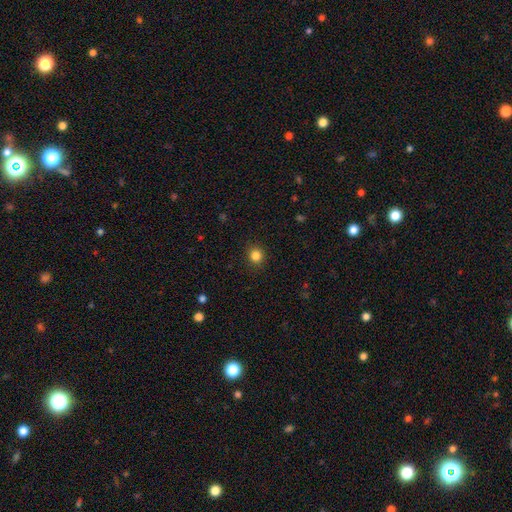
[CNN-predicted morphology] Q: Smooth or featured?
A: smooth (84%); runner-up: star or artifact (12%)
Q: How rounded?
A: round (88%); runner-up: in between (11%)
Q: Merging?
A: none (90%); runner-up: minor disturbance (6%)